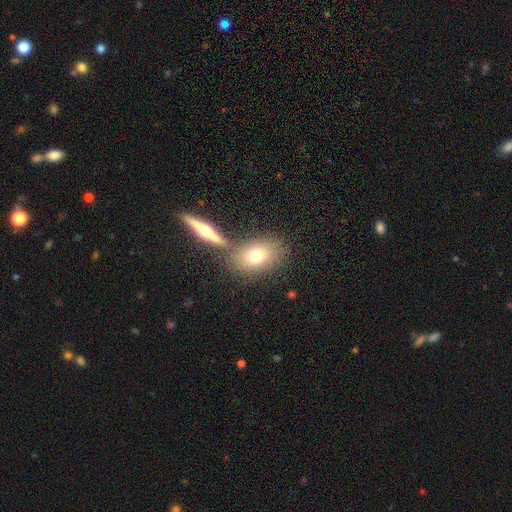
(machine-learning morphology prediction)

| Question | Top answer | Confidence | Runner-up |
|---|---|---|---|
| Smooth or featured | smooth | 69% | featured or disk (21%) |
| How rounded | in between | 78% | round (19%) |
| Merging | none | 65% | merger (20%) |